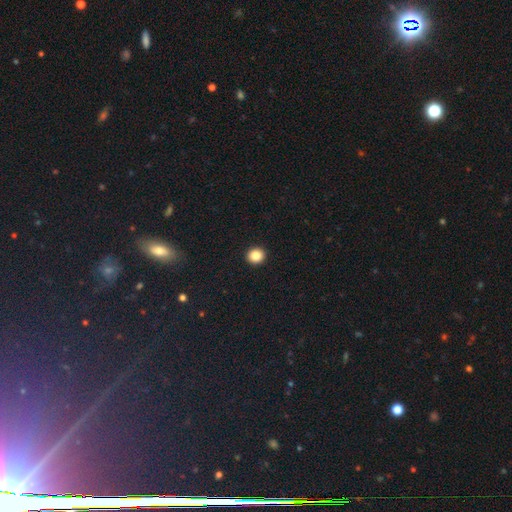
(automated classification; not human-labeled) Smooth or featured? smooth (86%)
How rounded? round (88%)
Merging? none (94%)